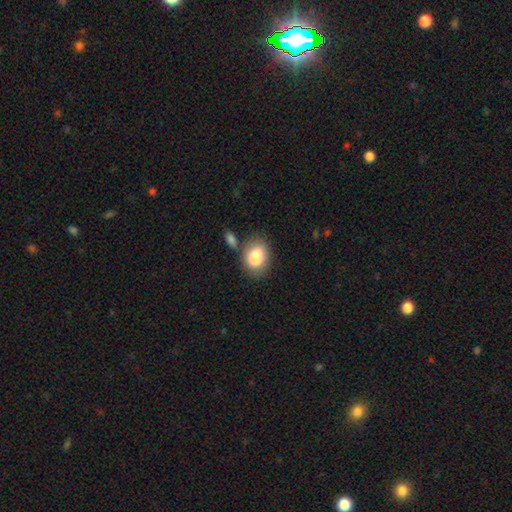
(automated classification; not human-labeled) Smooth or featured: smooth — 81% (featured or disk — 10%)
How rounded: in between — 65% (round — 34%)
Merging: none — 71% (minor disturbance — 14%)